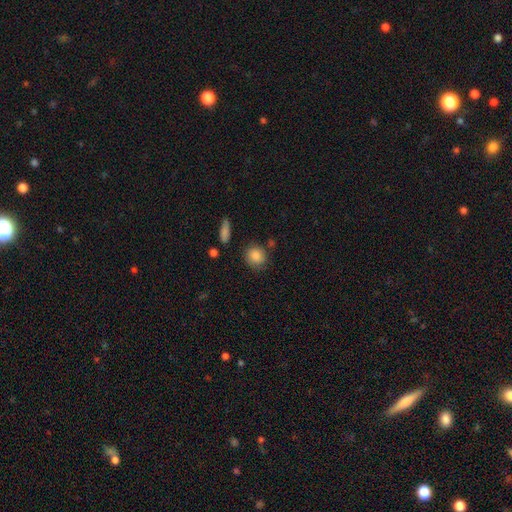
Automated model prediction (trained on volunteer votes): smooth_or_featured: smooth (p=0.86) [alt: star or artifact p=0.08]
how_rounded: round (p=0.80) [alt: in between p=0.19]
merging: none (p=0.75) [alt: minor disturbance p=0.17]